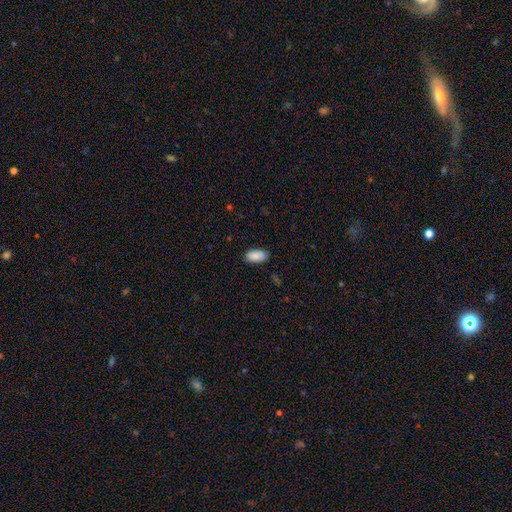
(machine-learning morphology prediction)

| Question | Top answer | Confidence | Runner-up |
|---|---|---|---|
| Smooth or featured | smooth | 89% | star or artifact (6%) |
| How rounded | in between | 94% | cigar-shaped (4%) |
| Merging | none | 85% | minor disturbance (11%) |